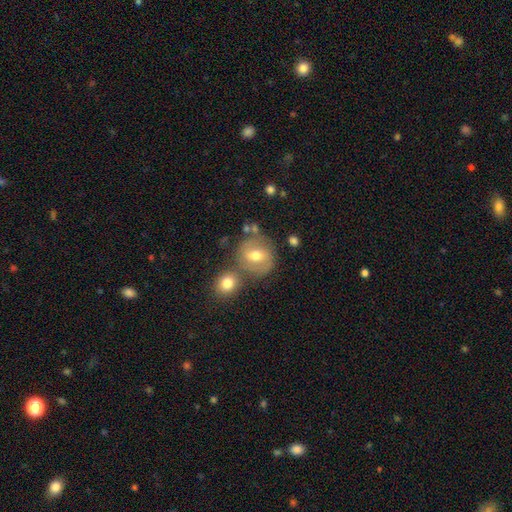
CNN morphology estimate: Smooth or featured? smooth (52%)
How rounded? round (78%)
Merging? none (62%)